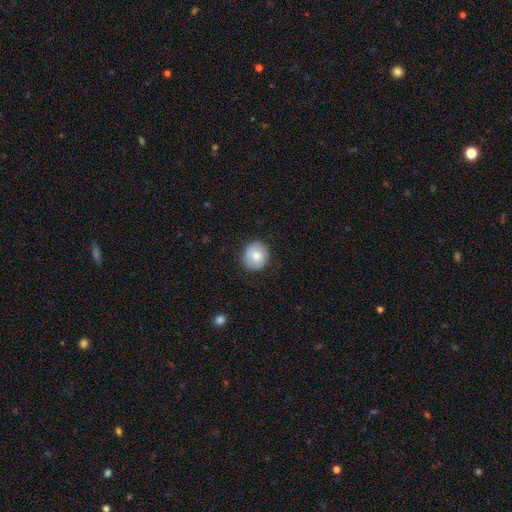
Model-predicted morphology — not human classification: Smooth or featured: smooth — 77% (featured or disk — 15%)
How rounded: round — 83% (in between — 16%)
Merging: none — 86% (minor disturbance — 10%)